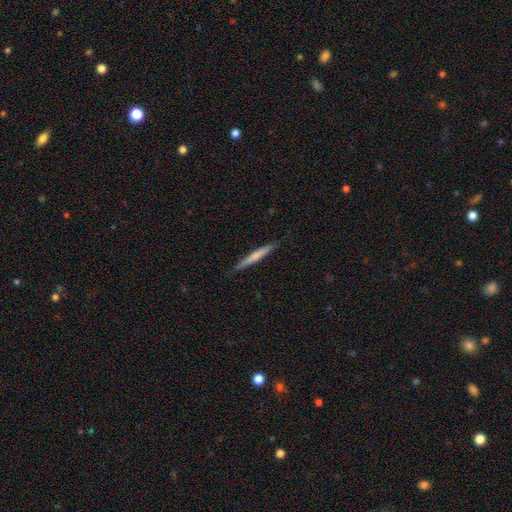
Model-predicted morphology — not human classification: Smooth or featured? smooth (60%)
How rounded? cigar-shaped (96%)
Merging? none (89%)